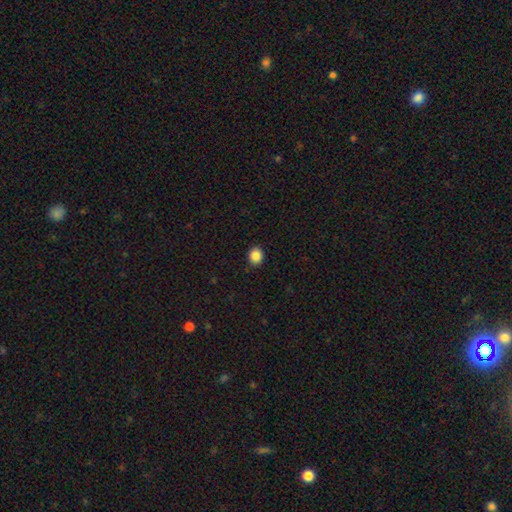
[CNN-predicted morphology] This is clearly a smooth galaxy (87%). How rounded: likely round (73%). Merging: clearly none (91%).